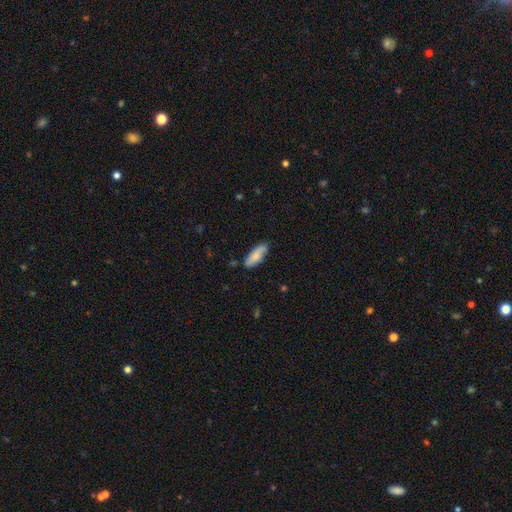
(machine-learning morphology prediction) The model was most divided on "how rounded": in between: 64%, cigar-shaped: 34%, round: 2%. More confident: merging — none (83%); smooth or featured — smooth (81%).